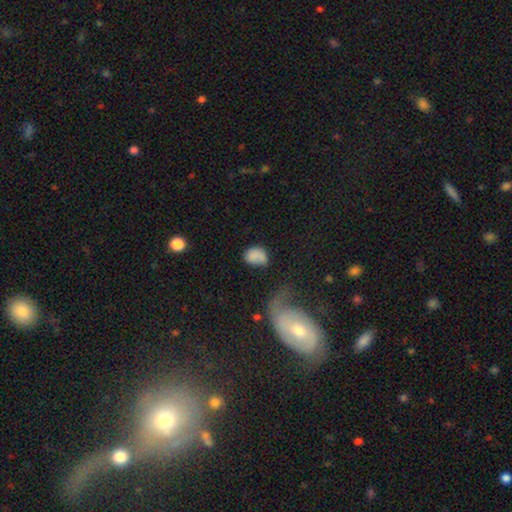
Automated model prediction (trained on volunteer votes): Smooth or featured?
  - smooth: 76% *
  - featured or disk: 14%
  - star or artifact: 11%
How rounded?
  - in between: 64% *
  - round: 35%
  - cigar-shaped: 1%
Merging?
  - none: 42% *
  - minor disturbance: 28%
  - major disturbance: 20%
  - merger: 9%